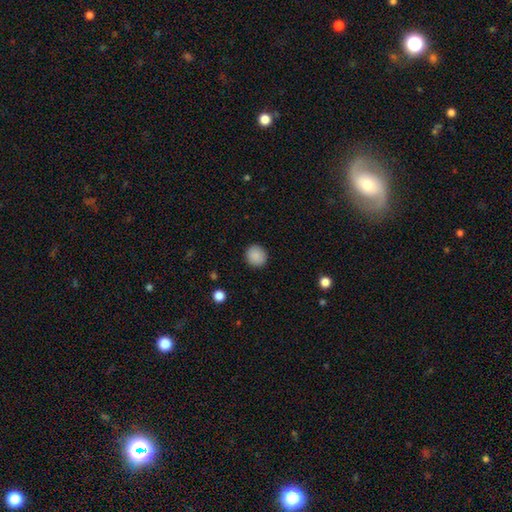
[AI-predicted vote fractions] Smooth or featured? smooth (89%)
How rounded? round (86%)
Merging? none (91%)